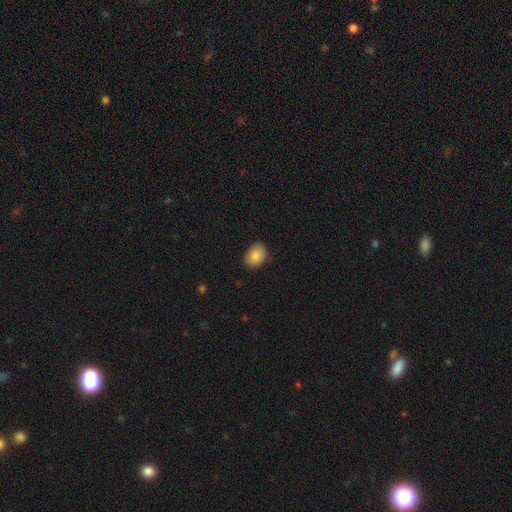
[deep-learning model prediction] smooth 86%, star or artifact 7%, featured or disk 7%. Down the decision tree: how rounded — in between (73%); merging — none (81%).